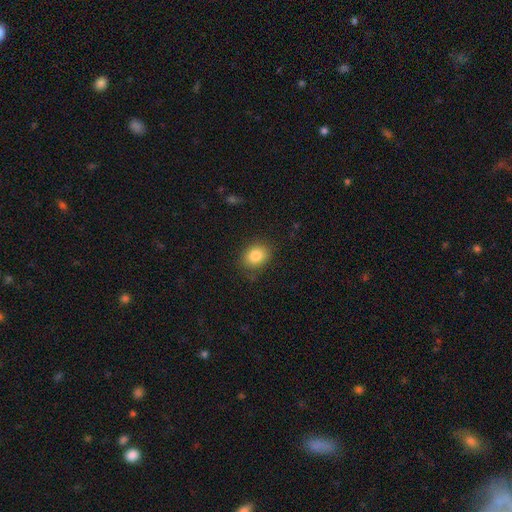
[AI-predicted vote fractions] Overall: smooth (84%). How rounded: in between (52%; round 47%). Merging: none (81%).